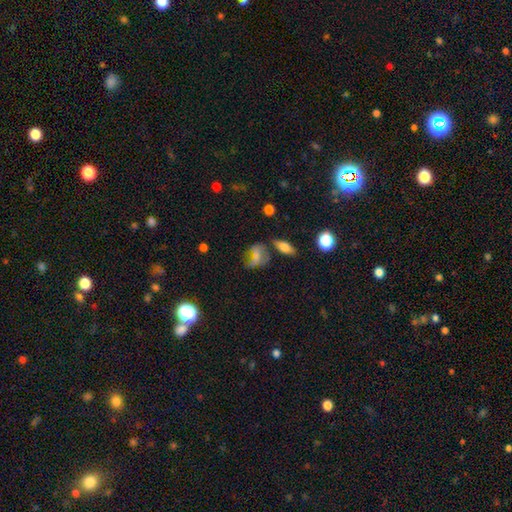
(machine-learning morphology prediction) Smooth or featured? Predicted: smooth (p=0.55). How rounded? Predicted: in between (p=0.61). Merging? Predicted: none (p=0.49).